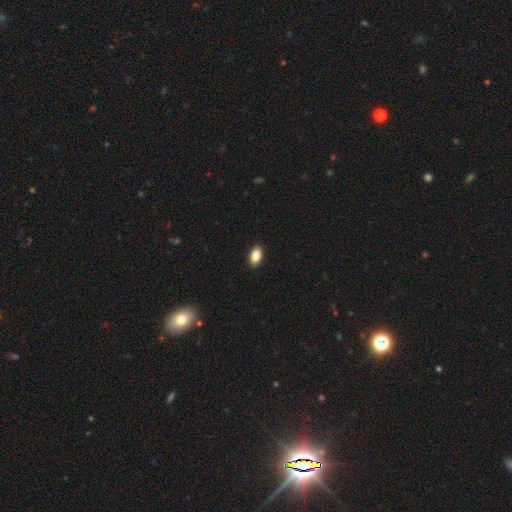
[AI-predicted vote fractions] Smooth or featured? Predicted: smooth (p=0.87). How rounded? Predicted: in between (p=0.92). Merging? Predicted: none (p=0.90).